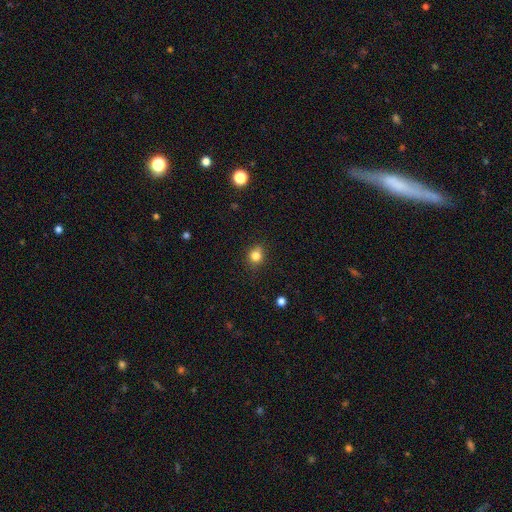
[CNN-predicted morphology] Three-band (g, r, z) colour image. It shows a smooth galaxy with no disk features (82%) that is round (77%). Merging: none (83%).